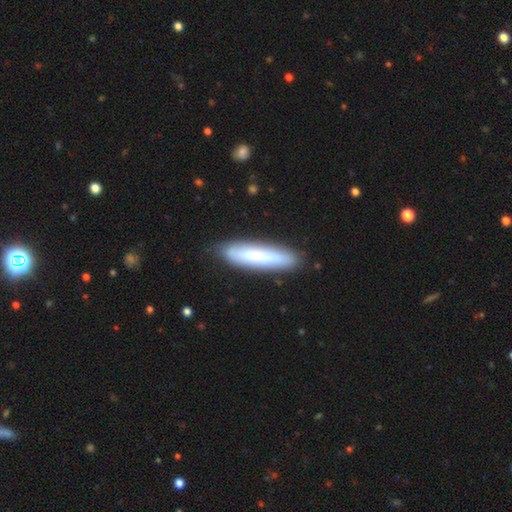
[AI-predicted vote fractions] Overall: smooth (71%). How rounded: cigar-shaped (77%). Merging: none (83%).